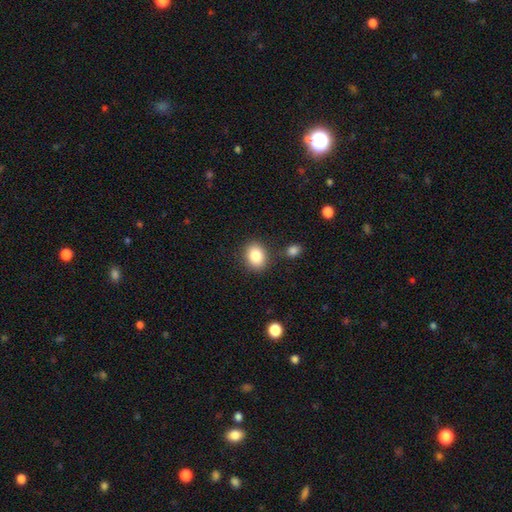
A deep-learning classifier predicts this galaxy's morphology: A smooth galaxy with no disk features (85%) that is in between round and cigar-shaped (54%). Merging: none (83%).